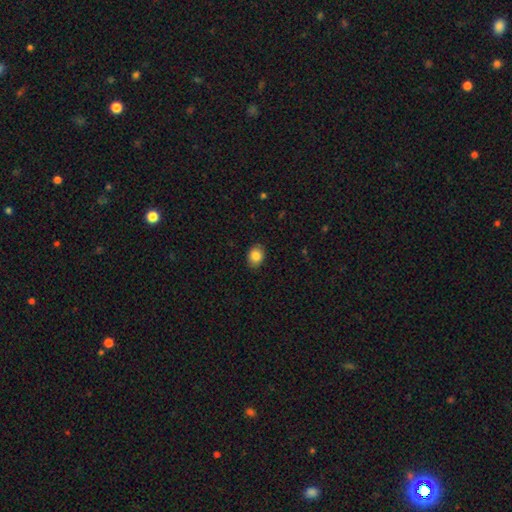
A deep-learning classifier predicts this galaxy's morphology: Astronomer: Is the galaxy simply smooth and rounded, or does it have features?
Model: smooth — 86%.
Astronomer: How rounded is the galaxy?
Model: in between — 64%.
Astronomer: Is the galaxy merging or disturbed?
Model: none — 88%.